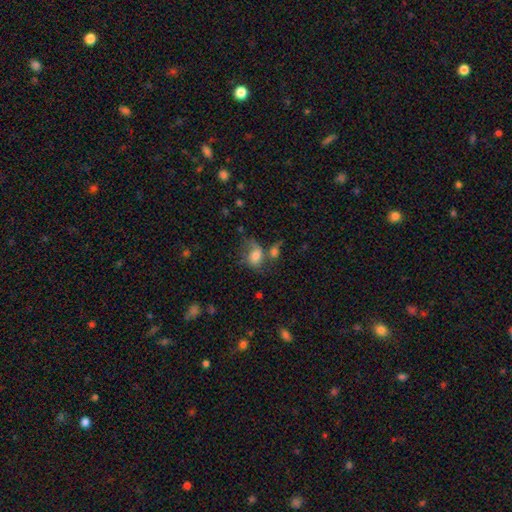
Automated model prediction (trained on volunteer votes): smooth_or_featured: smooth (p=0.59) [alt: featured or disk p=0.30]
how_rounded: in between (p=0.58) [alt: round p=0.41]
merging: none (p=0.31) [alt: merger p=0.29]